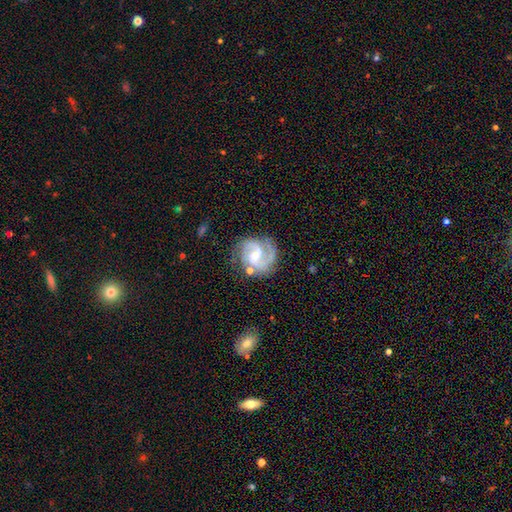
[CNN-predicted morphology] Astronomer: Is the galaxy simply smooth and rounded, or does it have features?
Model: featured or disk — 89%.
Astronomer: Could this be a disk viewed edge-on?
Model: no — 98%.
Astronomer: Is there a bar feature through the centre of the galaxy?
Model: weak — 55%.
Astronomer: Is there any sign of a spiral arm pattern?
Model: yes — 98%.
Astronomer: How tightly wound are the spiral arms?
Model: medium — 51% (runner-up: tight, 38%).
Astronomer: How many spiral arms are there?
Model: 2 — 76%.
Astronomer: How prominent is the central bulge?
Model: small — 53% (runner-up: moderate, 36%).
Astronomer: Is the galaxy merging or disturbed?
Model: none — 71%.